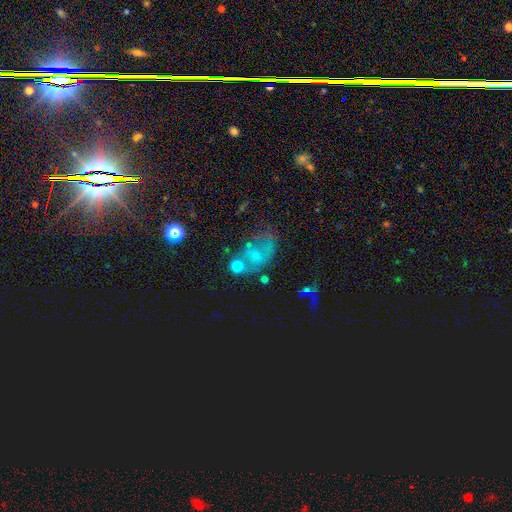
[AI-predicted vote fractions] Smooth or featured?
  - featured or disk: 35% *
  - smooth: 33%
  - star or artifact: 33%
Merging?
  - none: 34% *
  - major disturbance: 30%
  - minor disturbance: 22%
  - merger: 14%